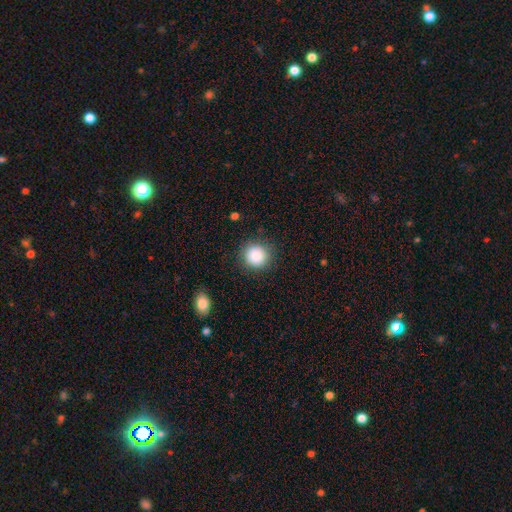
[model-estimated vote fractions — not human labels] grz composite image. It shows a smooth galaxy with no disk features (87%) that is round (92%). Merging: none (88%).